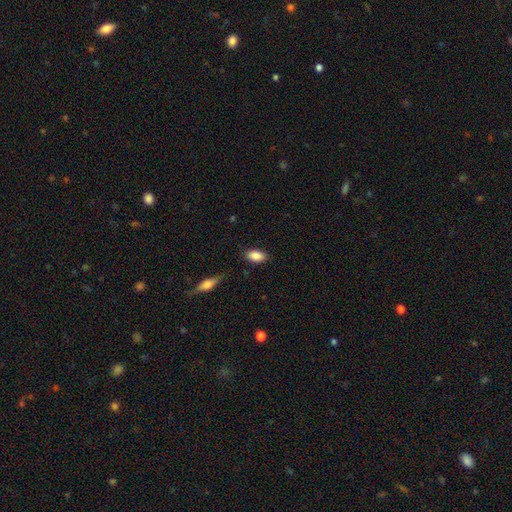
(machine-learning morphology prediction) This is clearly a smooth galaxy (87%). How rounded: clearly in between (91%). Merging: clearly none (84%).